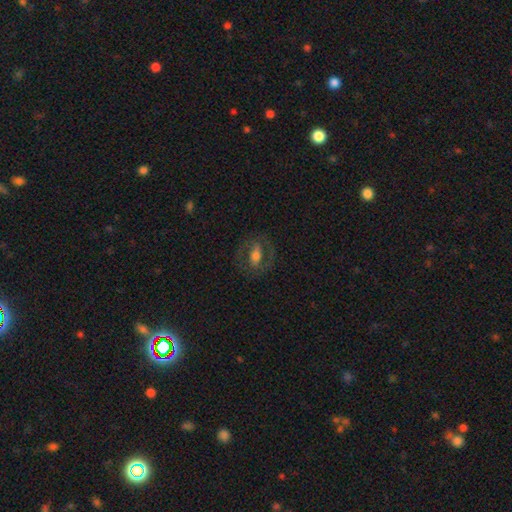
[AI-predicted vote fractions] Smooth or featured?
  - featured or disk: 52% *
  - smooth: 39%
  - star or artifact: 8%
Edge-on disk?
  - no: 91% *
  - yes: 9%
Merging?
  - none: 73% *
  - minor disturbance: 14%
  - major disturbance: 12%
  - merger: 1%